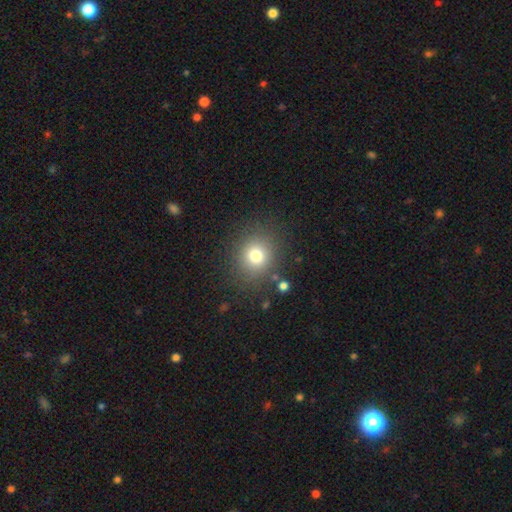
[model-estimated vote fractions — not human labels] A smooth galaxy with no disk features (76%) that is round (83%). Merging: none (84%).